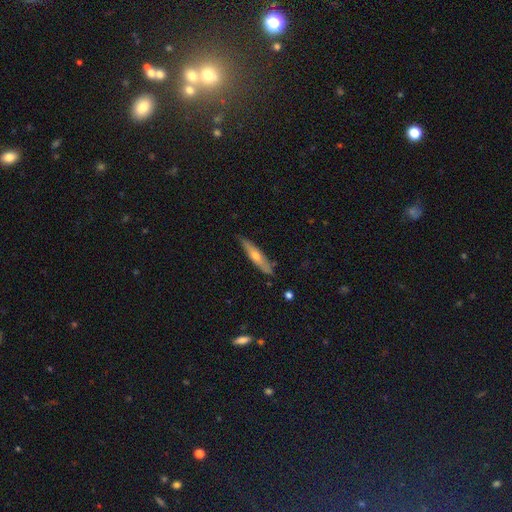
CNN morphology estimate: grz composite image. It shows a smooth galaxy with no disk features (47%, tied with featured or disk). Merging: none (81%).